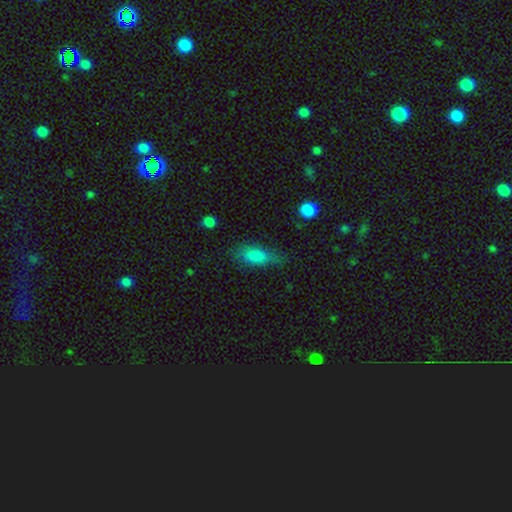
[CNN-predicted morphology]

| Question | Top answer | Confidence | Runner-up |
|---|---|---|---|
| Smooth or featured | smooth | 80% | featured or disk (12%) |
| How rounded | in between | 69% | cigar-shaped (27%) |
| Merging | none | 60% | minor disturbance (27%) |